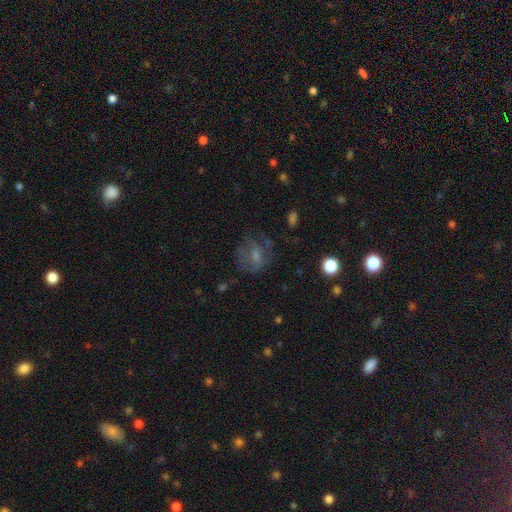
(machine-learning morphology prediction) smooth-or-featured: featured or disk: 40% | smooth: 39% | star or artifact: 21%
  merging: none: 62% | minor disturbance: 19% | major disturbance: 16% | merger: 2%